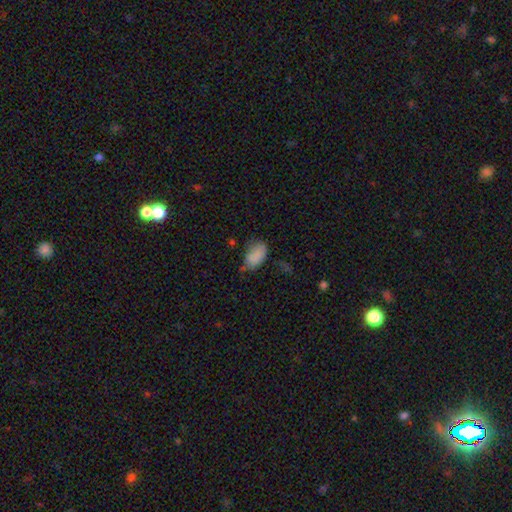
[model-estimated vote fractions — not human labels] smooth_or_featured: smooth (p=0.82) [alt: star or artifact p=0.09]
how_rounded: in between (p=0.90) [alt: round p=0.08]
merging: none (p=0.45) [alt: minor disturbance p=0.38]